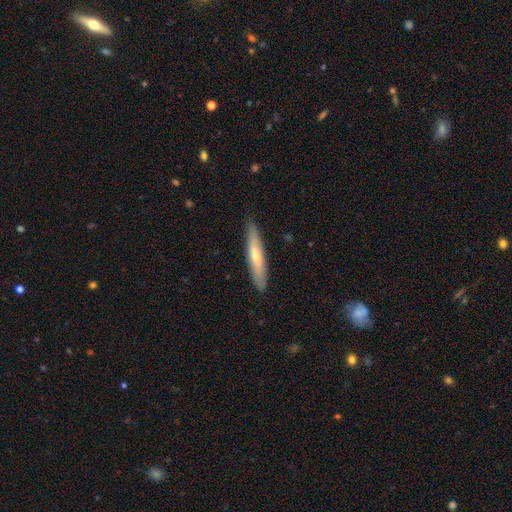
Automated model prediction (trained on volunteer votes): This appears to be a smooth galaxy with no disk features (51%) that is cigar-shaped (89%). Merging: none (88%).